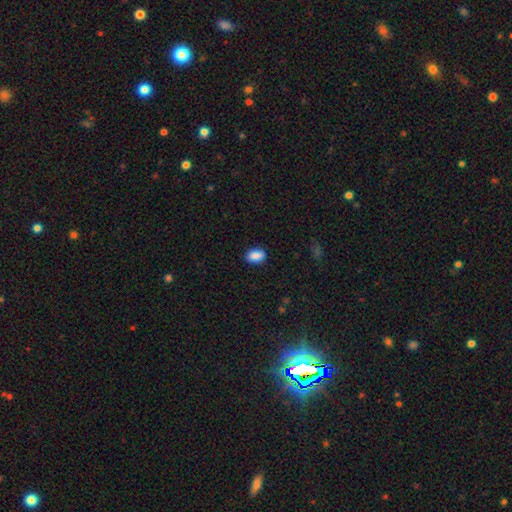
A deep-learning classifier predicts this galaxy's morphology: A smooth galaxy with no disk features (87%) that is in between round and cigar-shaped (85%).

Vote fractions:
- Smooth or featured? smooth: 87% / star or artifact: 8% / featured or disk: 6%
- How rounded? in between: 85% / round: 13% / cigar-shaped: 2%
- Merging? none: 86% / minor disturbance: 11% / major disturbance: 2% / merger: 1%